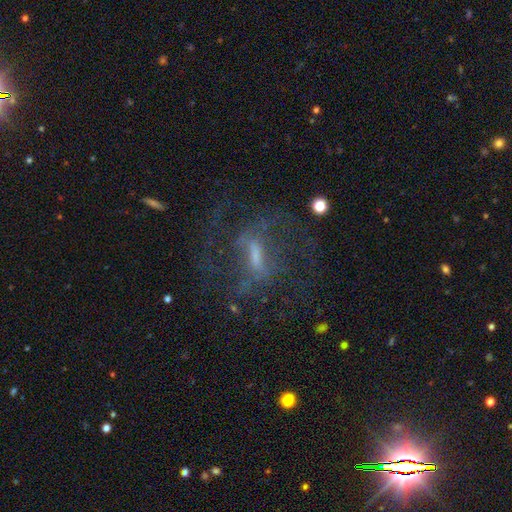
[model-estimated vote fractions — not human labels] smooth-or-featured: featured or disk: 69% | smooth: 17% | star or artifact: 15%
  disk-edge-on: no: 89% | yes: 11%
    bar: strong: 47% | weak: 37% | no: 16%
    has-spiral-arms: yes: 67% | no: 33%
    bulge-size: small: 40% | moderate: 33% | none: 20% | large: 6% | dominant: 2%
  merging: none: 52% | major disturbance: 29% | minor disturbance: 16% | merger: 3%